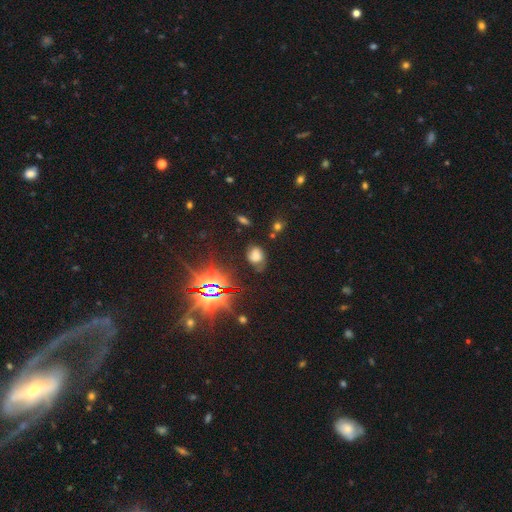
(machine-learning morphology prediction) Smooth or featured? Predicted: smooth (p=0.54). How rounded? Predicted: in between (p=0.63). Merging? Predicted: none (p=0.57).